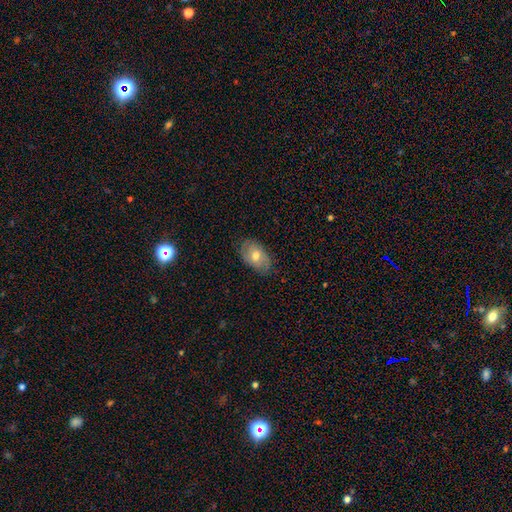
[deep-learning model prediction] Smooth or featured: smooth — 60% (featured or disk — 33%)
How rounded: in between — 91% (round — 8%)
Merging: none — 78% (minor disturbance — 17%)